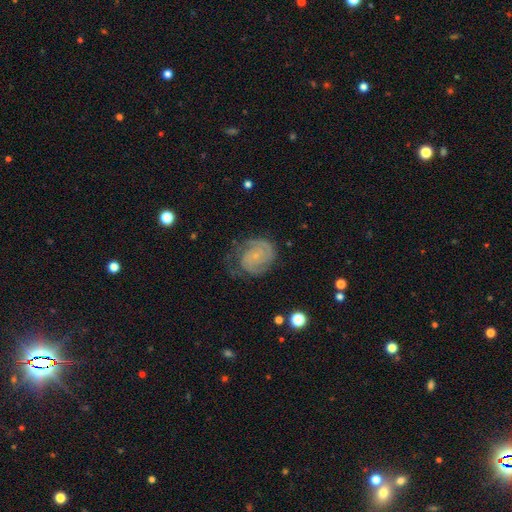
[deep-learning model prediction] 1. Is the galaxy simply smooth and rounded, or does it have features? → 79% featured or disk, 14% smooth, 7% star or artifact.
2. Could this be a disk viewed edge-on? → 98% no, 2% yes.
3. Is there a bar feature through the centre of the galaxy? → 73% no, 23% weak, 4% strong.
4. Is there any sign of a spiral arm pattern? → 95% yes, 5% no.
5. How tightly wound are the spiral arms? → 60% tight, 32% medium, 9% loose.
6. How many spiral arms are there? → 55% 2, 20% can't tell, 11% 3, 7% 1, 4% 4, 3% more than 4.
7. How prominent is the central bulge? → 78% small, 10% none, 10% moderate, 1% large, 1% dominant.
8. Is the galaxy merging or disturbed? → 61% none, 23% minor disturbance, 15% major disturbance, 1% merger.